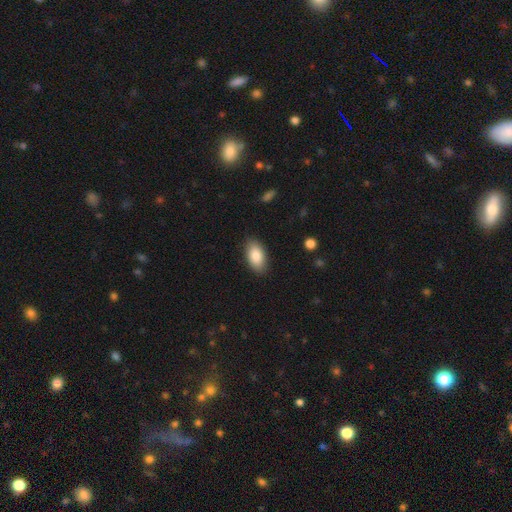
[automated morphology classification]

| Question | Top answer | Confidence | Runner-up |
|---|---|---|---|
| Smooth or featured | smooth | 84% | featured or disk (9%) |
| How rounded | in between | 93% | round (4%) |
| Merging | none | 87% | minor disturbance (10%) |